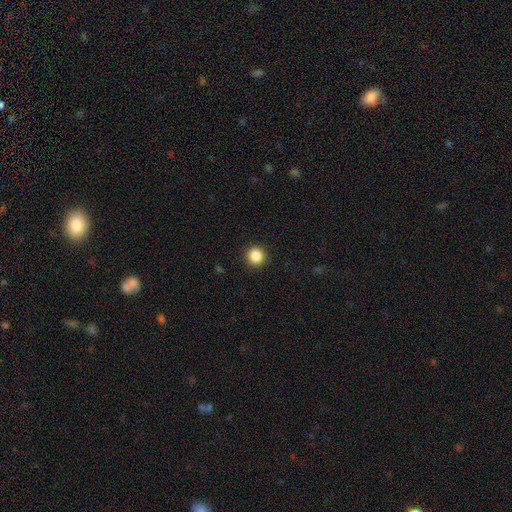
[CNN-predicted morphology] Overall: smooth (87%). How rounded: round (93%). Merging: none (92%).